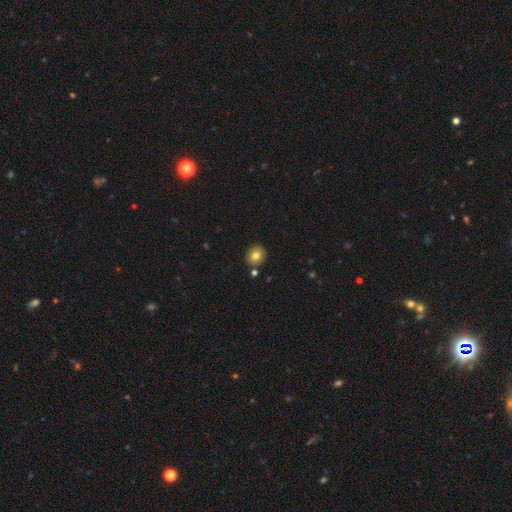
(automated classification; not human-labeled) A smooth galaxy with no disk features (77%) that is round (75%). Merging: none (84%).